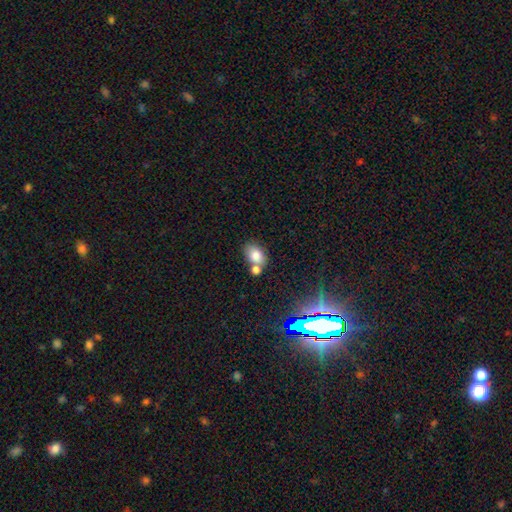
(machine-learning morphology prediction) Overall: smooth (79%). How rounded: in between (80%). Merging: none (46%; merger 36%).